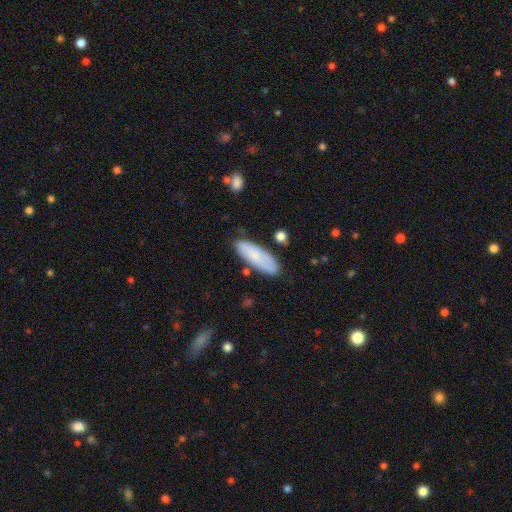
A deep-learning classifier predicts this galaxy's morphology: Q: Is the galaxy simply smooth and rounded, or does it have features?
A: smooth — 79%.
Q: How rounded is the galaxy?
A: in between — 56%.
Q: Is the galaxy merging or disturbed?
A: none — 78%.